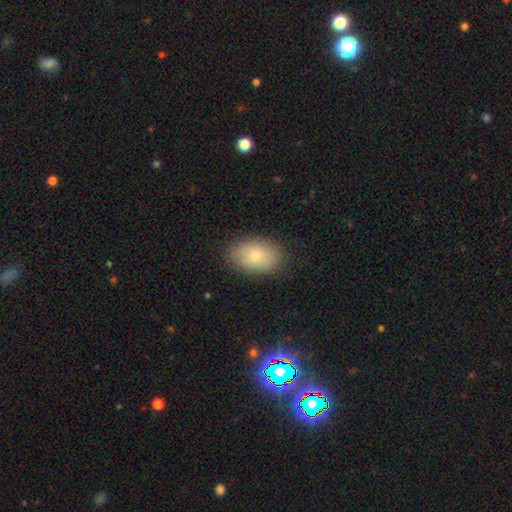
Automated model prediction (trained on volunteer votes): This is clearly a smooth galaxy (81%). How rounded: clearly in between (88%). Merging: clearly none (86%).